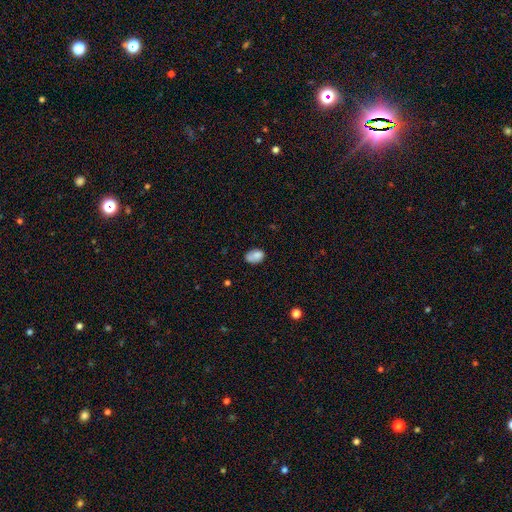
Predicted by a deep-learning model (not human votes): smooth 80%, featured or disk 11%, star or artifact 9%. Down the decision tree: how rounded — in between (80%); merging — none (57%).